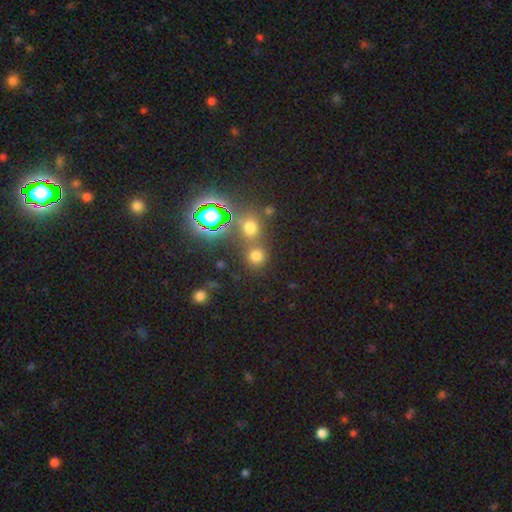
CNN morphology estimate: smooth 65%, star or artifact 28%, featured or disk 7%. Down the decision tree: how rounded — round (86%); merging — none (64%).